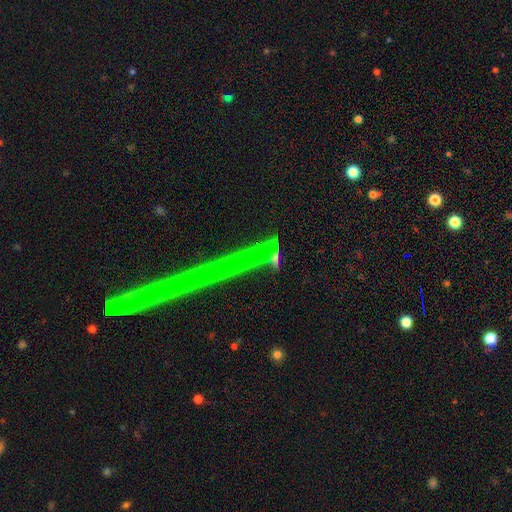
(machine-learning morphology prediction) Overall: star or artifact (59%; featured or disk 25%).